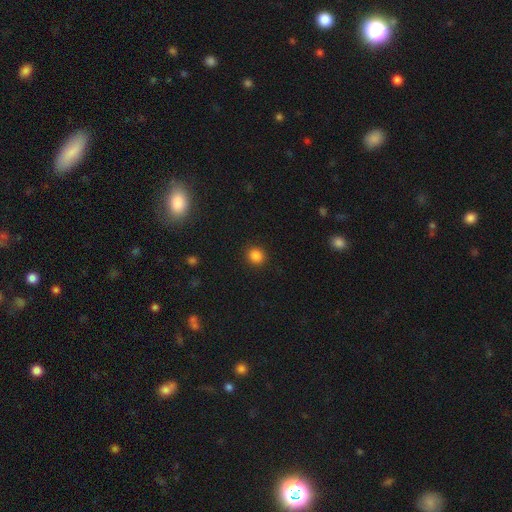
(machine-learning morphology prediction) smooth 85%, star or artifact 11%, featured or disk 4%. Down the decision tree: how rounded — round (80%); merging — none (91%).